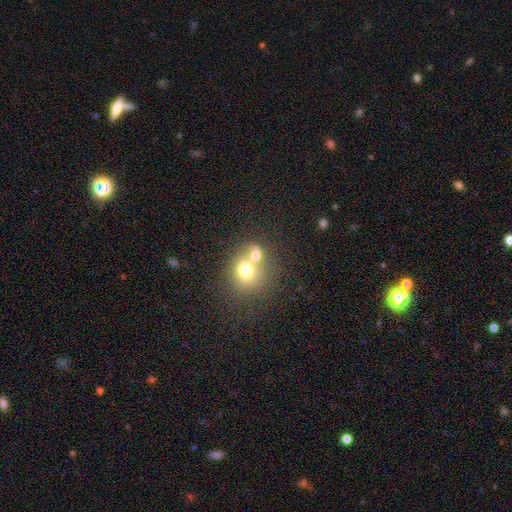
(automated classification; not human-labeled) Morphology: type=smooth (69%); roundness=round (67%); merging=merger (65%).